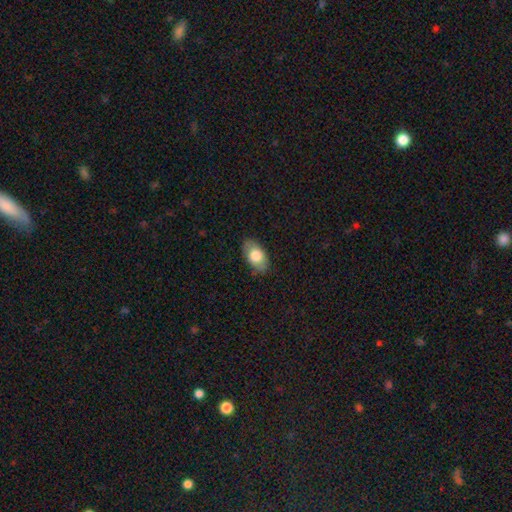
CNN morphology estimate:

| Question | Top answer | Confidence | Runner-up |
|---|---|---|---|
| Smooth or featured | smooth | 74% | featured or disk (20%) |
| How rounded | in between | 92% | round (7%) |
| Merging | none | 80% | minor disturbance (16%) |